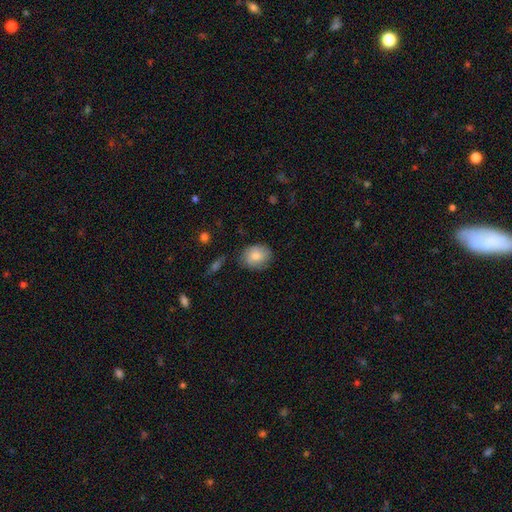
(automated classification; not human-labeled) Overall: smooth (81%). How rounded: in between (52%; round 47%). Merging: none (77%).